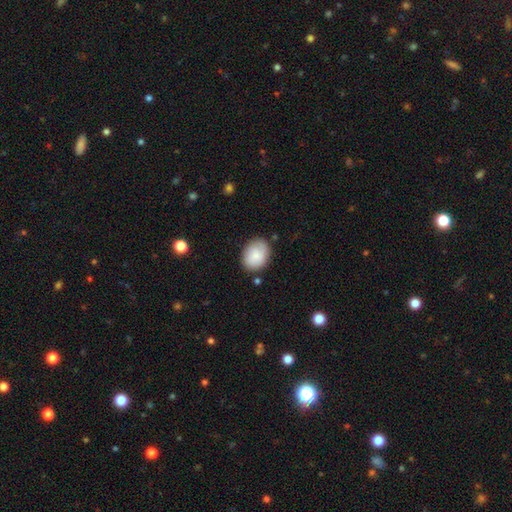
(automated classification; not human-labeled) The model was most divided on "how rounded": in between: 64%, round: 35%, cigar-shaped: 1%. More confident: smooth or featured — smooth (81%); merging — none (80%).